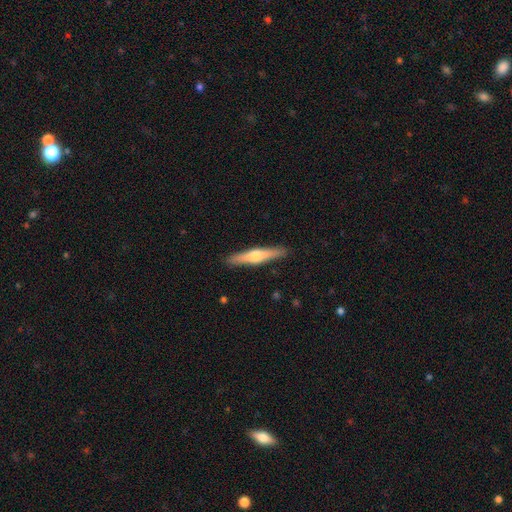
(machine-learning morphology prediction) Smooth or featured: featured or disk — 52% (smooth — 43%)
Edge-on disk: yes — 96% (no — 4%)
Merging: none — 90% (minor disturbance — 7%)